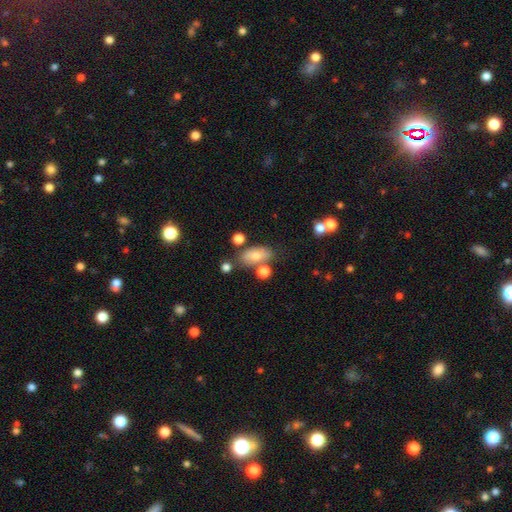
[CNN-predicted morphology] Smooth or featured?
  - smooth: 70% *
  - featured or disk: 21%
  - star or artifact: 9%
How rounded?
  - in between: 84% *
  - round: 8%
  - cigar-shaped: 8%
Merging?
  - none: 64% *
  - minor disturbance: 17%
  - merger: 13%
  - major disturbance: 6%